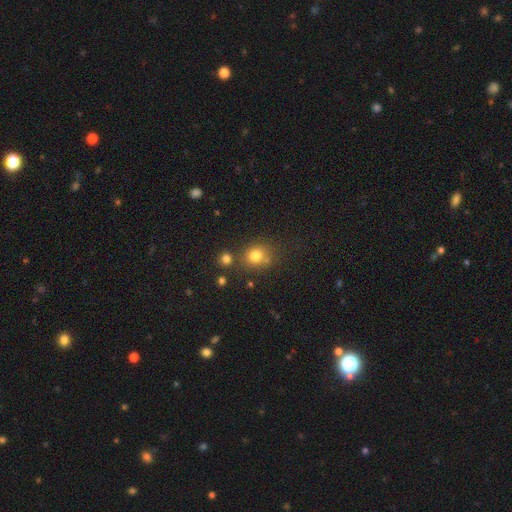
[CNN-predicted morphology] Smooth or featured: smooth — 78% (star or artifact — 14%)
How rounded: round — 75% (in between — 24%)
Merging: none — 66% (merger — 15%)